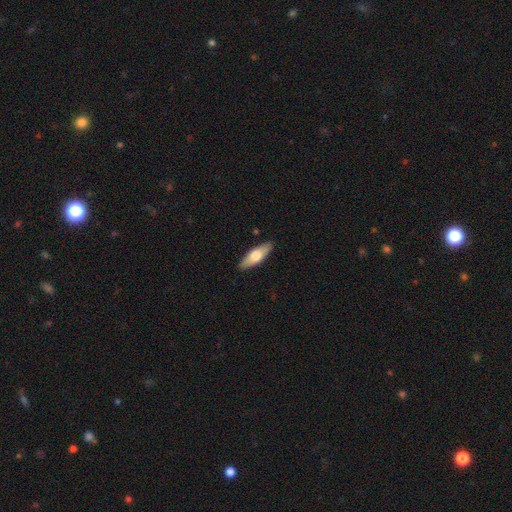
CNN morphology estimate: Overall: smooth (63%; featured or disk 32%). How rounded: in between (62%; cigar-shaped 36%). Merging: none (89%).